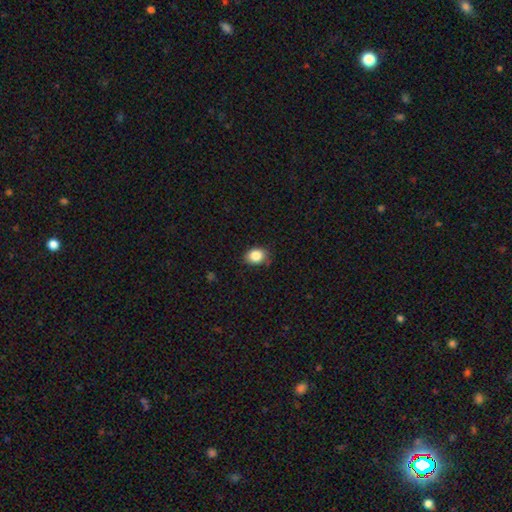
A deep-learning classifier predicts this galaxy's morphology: smooth-or-featured: smooth: 85% | star or artifact: 10% | featured or disk: 6%
  how-rounded: in between: 53% | round: 46% | cigar-shaped: 1%
  merging: none: 78% | minor disturbance: 17% | major disturbance: 3% | merger: 1%